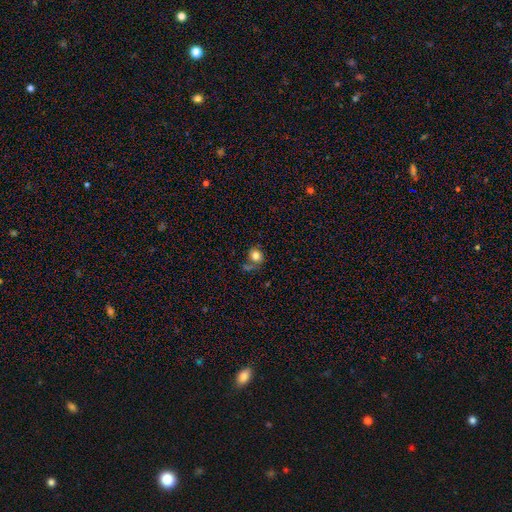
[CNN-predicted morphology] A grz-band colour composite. It shows a smooth galaxy with no disk features (79%) that is round (69%). Merging: none (57%).